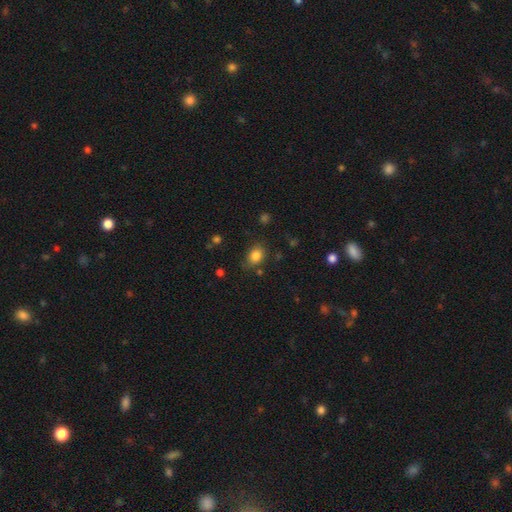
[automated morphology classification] This appears to be a smooth galaxy with no disk features (83%) that is in between round and cigar-shaped (55%). Merging: none (76%).